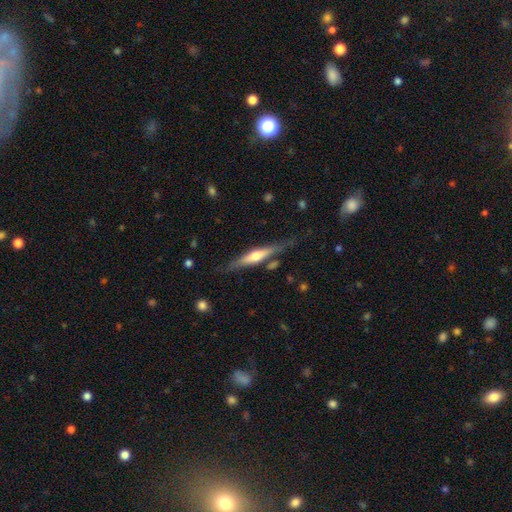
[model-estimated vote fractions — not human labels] Smooth or featured? Predicted: featured or disk (p=0.64). Edge-on disk? Predicted: yes (p=0.95). Edge-on bulge? Predicted: rounded (p=0.84). Merging? Predicted: none (p=0.75).